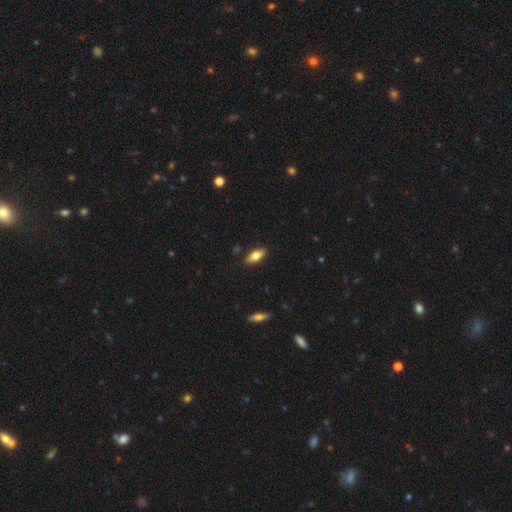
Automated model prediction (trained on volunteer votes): smooth-or-featured: smooth: 75% | featured or disk: 18% | star or artifact: 7%
  how-rounded: in between: 82% | cigar-shaped: 16% | round: 2%
  merging: none: 87% | minor disturbance: 10% | major disturbance: 2% | merger: 1%